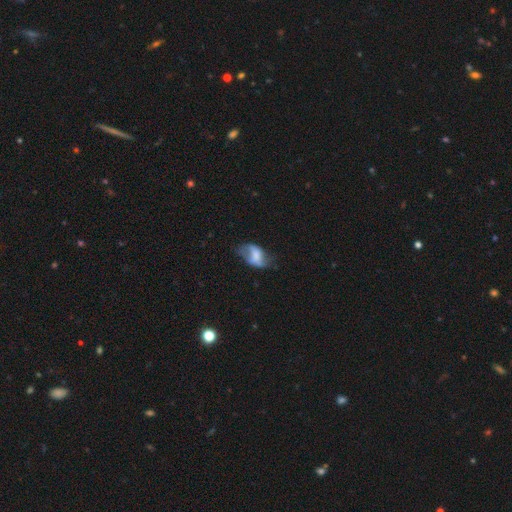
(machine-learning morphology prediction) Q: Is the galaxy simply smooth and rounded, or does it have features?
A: smooth — 50%.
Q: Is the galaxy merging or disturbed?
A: none — 37%.